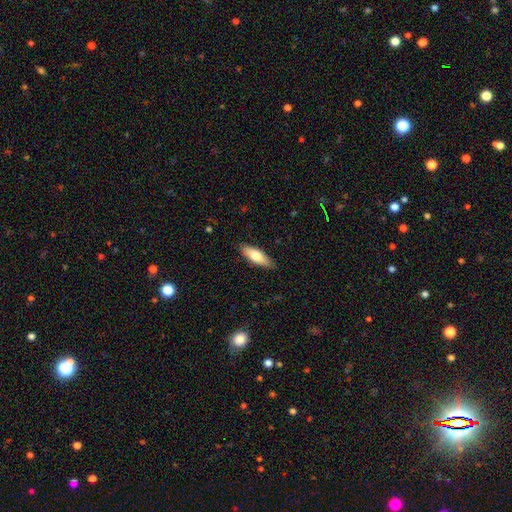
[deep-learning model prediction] A smooth galaxy with no disk features (70%) that is in between round and cigar-shaped (56%). Merging: none (87%).